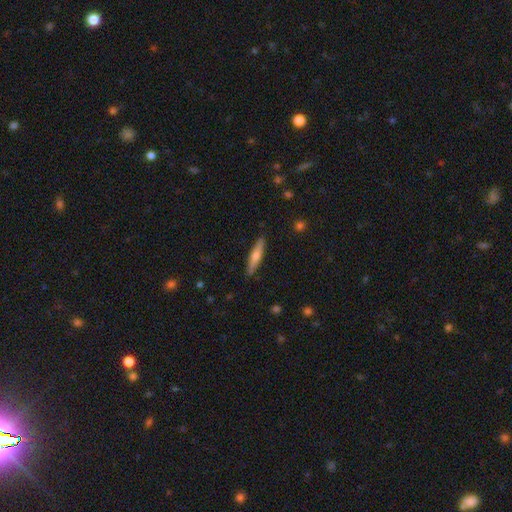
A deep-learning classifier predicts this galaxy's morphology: Smooth or featured: featured or disk — 51% (smooth — 42%)
Edge-on disk: yes — 95% (no — 5%)
Merging: none — 90% (minor disturbance — 8%)